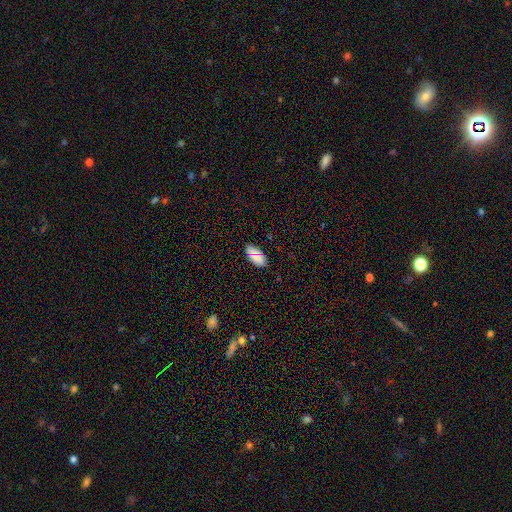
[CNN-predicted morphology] A smooth galaxy with no disk features (79%) that is in between round and cigar-shaped (93%).

Vote fractions:
- Smooth or featured? smooth: 79% / star or artifact: 13% / featured or disk: 8%
- How rounded? in between: 93% / cigar-shaped: 4% / round: 3%
- Merging? none: 85% / minor disturbance: 11% / major disturbance: 2% / merger: 2%